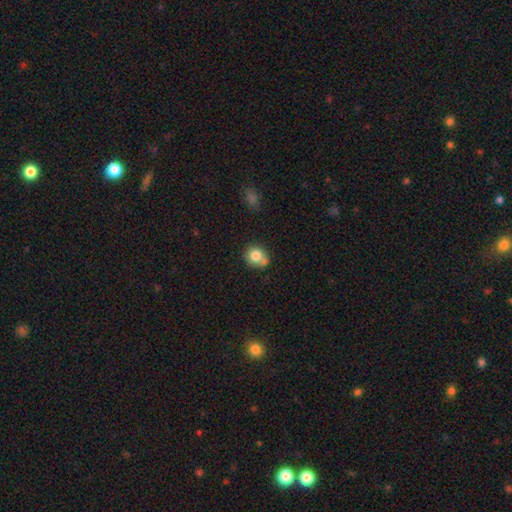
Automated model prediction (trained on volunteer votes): Smooth or featured?
  - smooth: 80% *
  - featured or disk: 10%
  - star or artifact: 9%
How rounded?
  - round: 81% *
  - in between: 18%
  - cigar-shaped: 1%
Merging?
  - none: 55% *
  - merger: 22%
  - minor disturbance: 18%
  - major disturbance: 5%